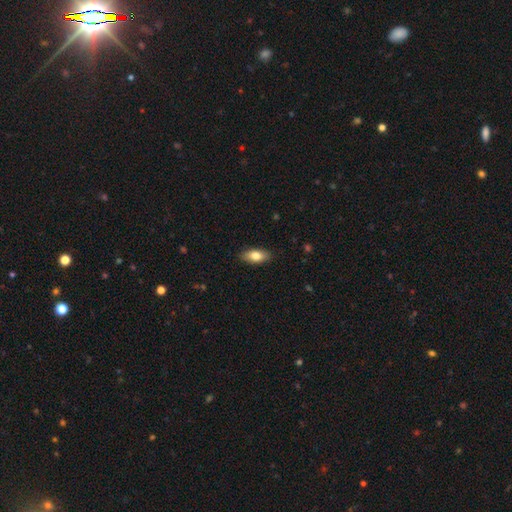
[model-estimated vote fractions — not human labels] Smooth or featured? Predicted: smooth (p=0.79). How rounded? Predicted: in between (p=0.86). Merging? Predicted: none (p=0.88).